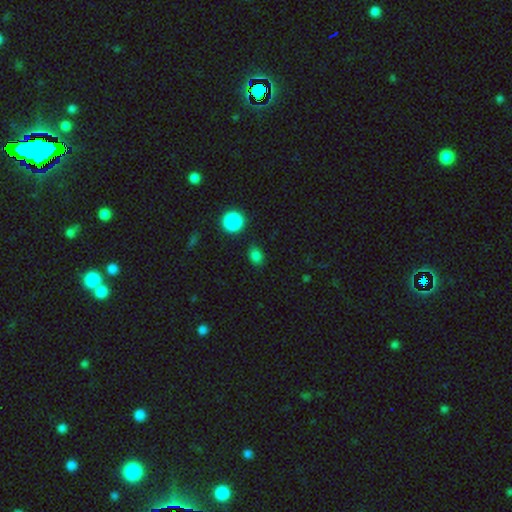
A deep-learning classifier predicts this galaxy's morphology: Smooth or featured: smooth — 81% (star or artifact — 16%)
How rounded: in between — 55% (round — 43%)
Merging: none — 84% (minor disturbance — 10%)